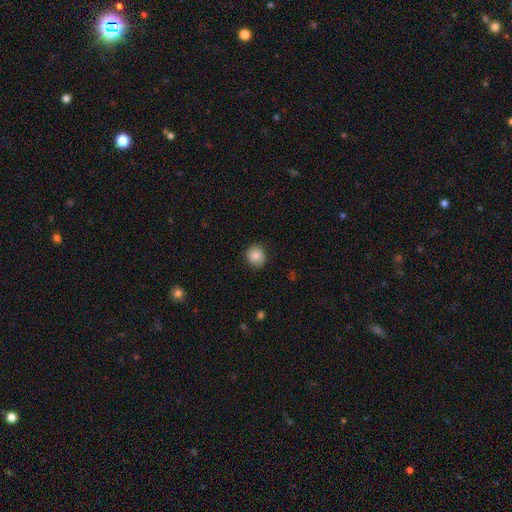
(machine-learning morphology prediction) smooth 86%, star or artifact 9%, featured or disk 5%. Down the decision tree: how rounded — round (87%); merging — none (84%).